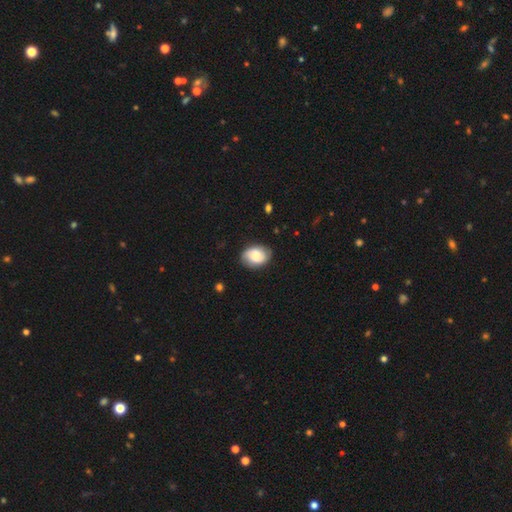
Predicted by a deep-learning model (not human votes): Smooth or featured? smooth (62%)
How rounded? in between (71%)
Merging? none (79%)